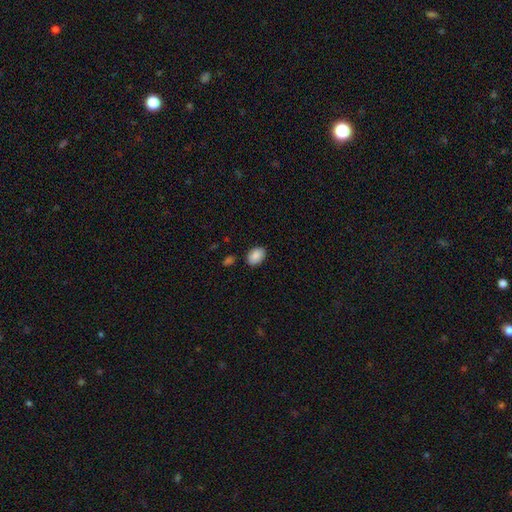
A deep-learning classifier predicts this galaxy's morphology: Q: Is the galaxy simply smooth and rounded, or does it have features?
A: smooth — 88%.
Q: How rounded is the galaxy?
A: in between — 84%.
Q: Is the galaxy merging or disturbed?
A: none — 85%.